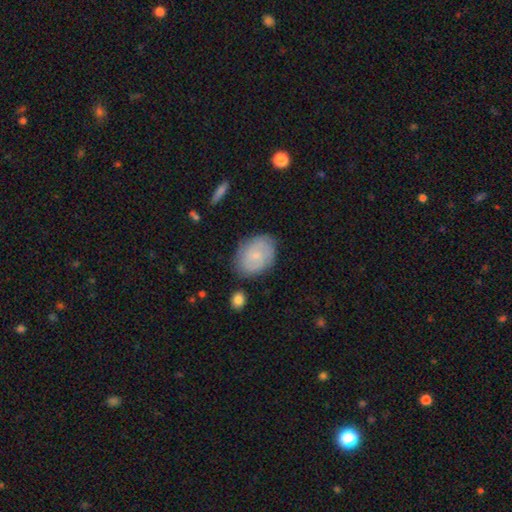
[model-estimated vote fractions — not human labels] smooth_or_featured: smooth (p=0.46) [tied with: featured or disk p=0.46]
merging: none (p=0.76) [alt: minor disturbance p=0.17]